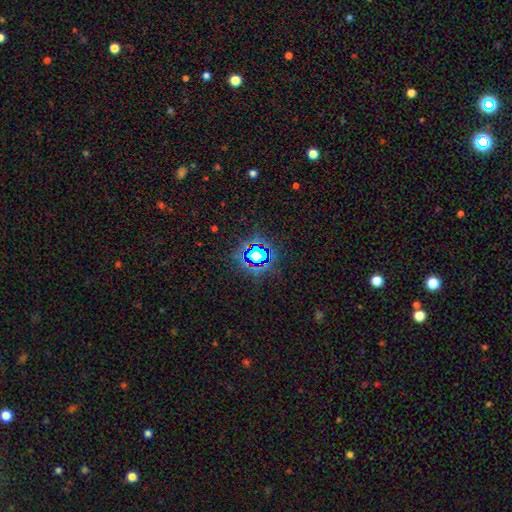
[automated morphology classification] The model was most divided on "smooth or featured": star or artifact: 71%, smooth: 18%, featured or disk: 11%.